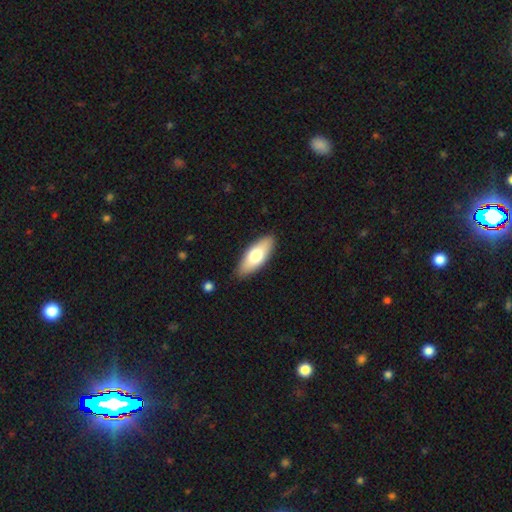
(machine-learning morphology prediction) Smooth or featured?
  - smooth: 71% *
  - featured or disk: 24%
  - star or artifact: 6%
How rounded?
  - in between: 76% *
  - cigar-shaped: 21%
  - round: 2%
Merging?
  - none: 88% *
  - minor disturbance: 9%
  - major disturbance: 2%
  - merger: 1%